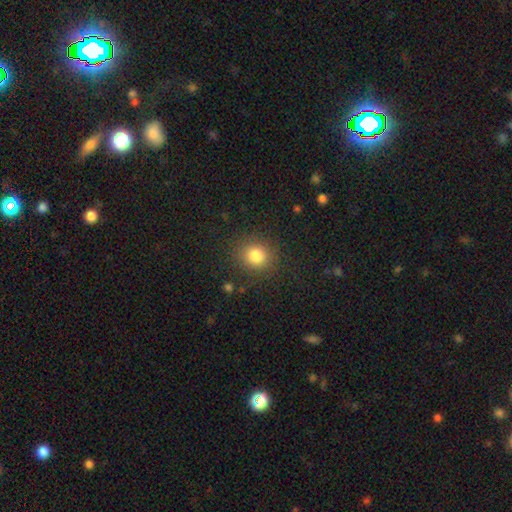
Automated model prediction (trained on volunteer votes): This is clearly a smooth galaxy (81%). How rounded: clearly round (86%). Merging: clearly none (87%).